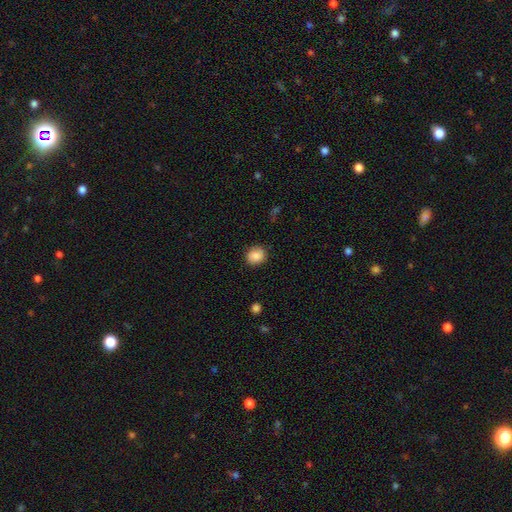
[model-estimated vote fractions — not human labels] Smooth or featured?
  - smooth: 87% *
  - star or artifact: 9%
  - featured or disk: 5%
How rounded?
  - round: 80% *
  - in between: 19%
  - cigar-shaped: 1%
Merging?
  - none: 87% *
  - minor disturbance: 10%
  - major disturbance: 2%
  - merger: 1%